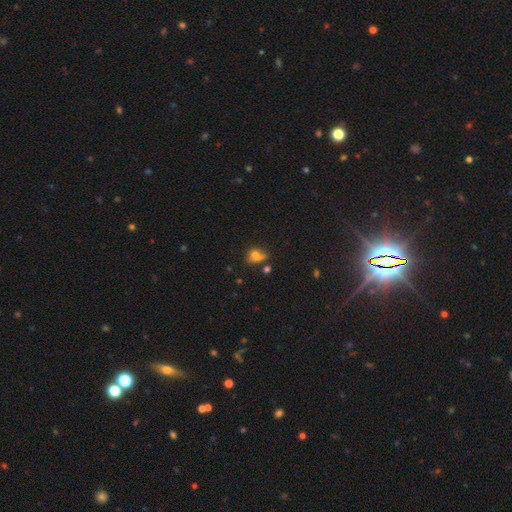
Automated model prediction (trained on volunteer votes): A smooth galaxy with no disk features (69%) that is in between round and cigar-shaped (49%). Merging: none (40%).